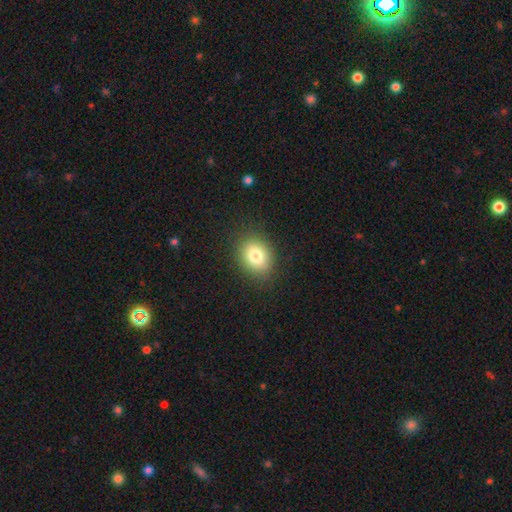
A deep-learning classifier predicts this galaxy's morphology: A smooth galaxy with no disk features (80%) that is in between round and cigar-shaped (50%).

Vote fractions:
- Smooth or featured? smooth: 80% / star or artifact: 11% / featured or disk: 9%
- How rounded? in between: 50% / round: 49% / cigar-shaped: 1%
- Merging? none: 87% / minor disturbance: 9% / major disturbance: 3% / merger: 1%